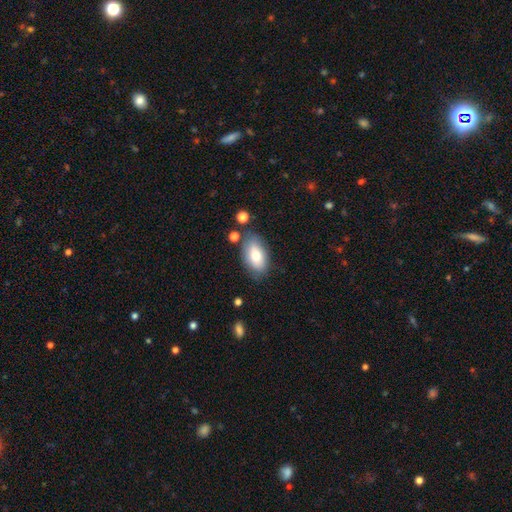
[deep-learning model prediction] This is likely a smooth galaxy (76%). How rounded: clearly in between (92%). Merging: likely none (74%).